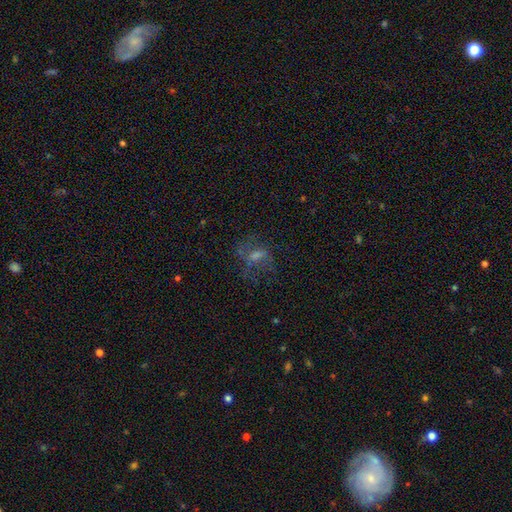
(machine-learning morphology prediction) This is possibly a featured or disk galaxy (47%). Merging: possibly none (48%).